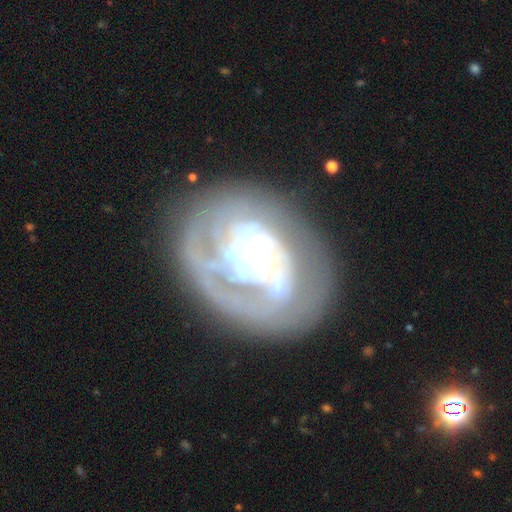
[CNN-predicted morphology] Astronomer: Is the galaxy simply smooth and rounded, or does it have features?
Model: featured or disk — 80%.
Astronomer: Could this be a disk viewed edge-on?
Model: no — 97%.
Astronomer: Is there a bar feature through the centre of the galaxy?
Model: no — 52% (runner-up: weak, 31%).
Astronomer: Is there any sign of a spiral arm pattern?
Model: yes — 80%.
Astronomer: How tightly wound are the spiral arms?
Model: tight — 61%.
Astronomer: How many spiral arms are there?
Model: can't tell — 39% (runner-up: 2, 21%).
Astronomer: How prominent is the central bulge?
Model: moderate — 39% (runner-up: small, 32%).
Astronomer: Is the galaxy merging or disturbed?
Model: none — 58%.